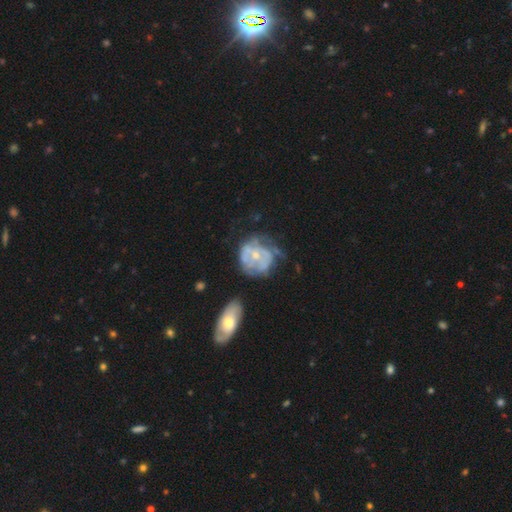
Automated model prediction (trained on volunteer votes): This is likely a featured or disk galaxy (67%). It is clearly not viewed edge-on (97%). Bar: likely no (79%). Spiral arm pattern: possibly yes (54%). Central bulge: possibly small (56%). Merging: marginally none (40%).